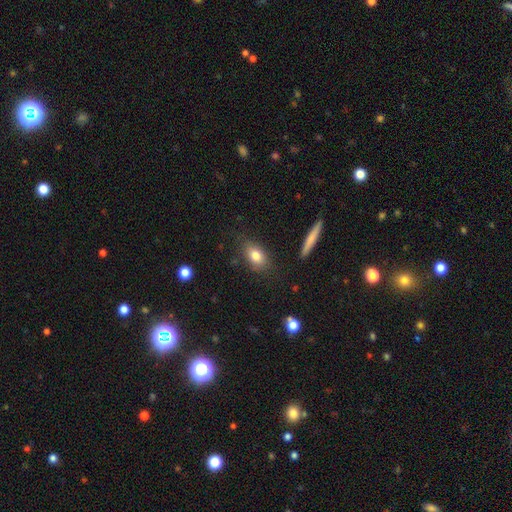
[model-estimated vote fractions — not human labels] The model was most divided on "how rounded": in between: 79%, round: 16%, cigar-shaped: 6%. More confident: merging — none (80%); smooth or featured — smooth (79%).